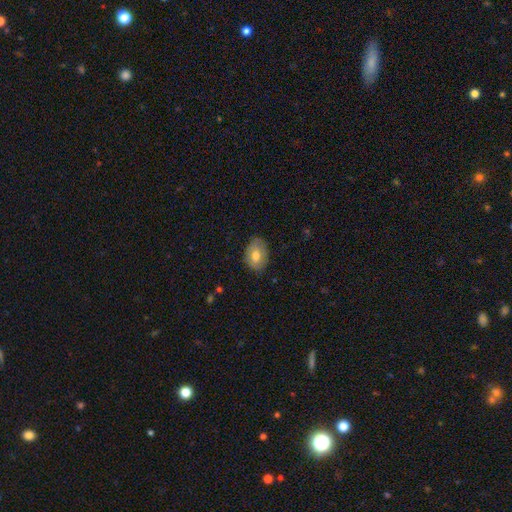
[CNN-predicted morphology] smooth 68%, featured or disk 25%, star or artifact 7%. Down the decision tree: how rounded — in between (77%); merging — none (77%).